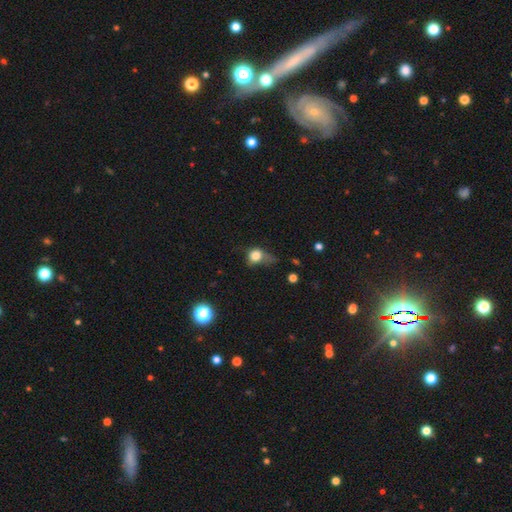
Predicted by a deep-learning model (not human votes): Q: Smooth or featured?
A: smooth (75%); runner-up: featured or disk (13%)
Q: How rounded?
A: round (62%); runner-up: in between (36%)
Q: Merging?
A: major disturbance (35%); runner-up: minor disturbance (32%)